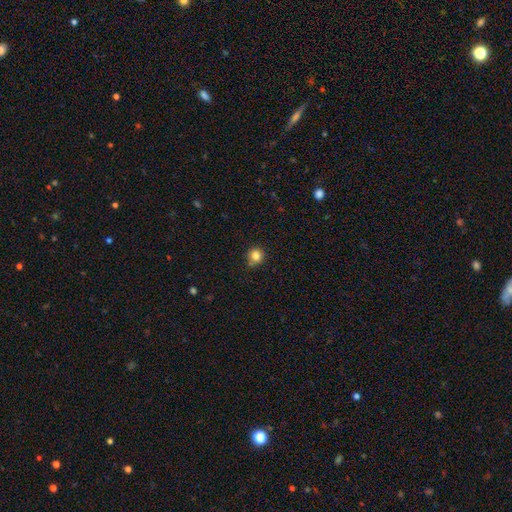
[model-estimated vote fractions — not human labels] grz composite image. It shows a smooth galaxy with no disk features (84%) that is round (93%). Merging: none (83%).